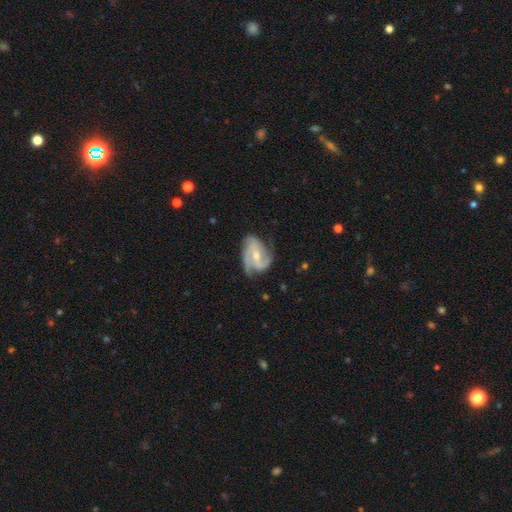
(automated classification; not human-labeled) The model was most divided on "spiral winding": medium: 45%, tight: 40%, loose: 15%. Remaining: edge-on disk — no (98%); spiral arms — yes (96%); smooth or featured — featured or disk (86%); bulge size — moderate (63%); merging — none (60%); bar — no (49%); spiral arm count — 3 (45%).